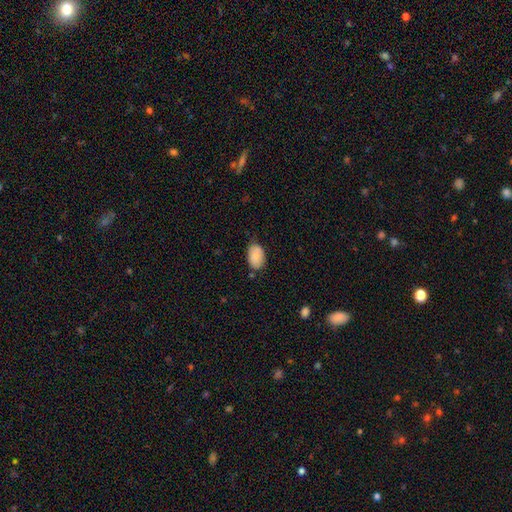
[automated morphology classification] Overall: smooth (86%). How rounded: in between (90%). Merging: none (73%).